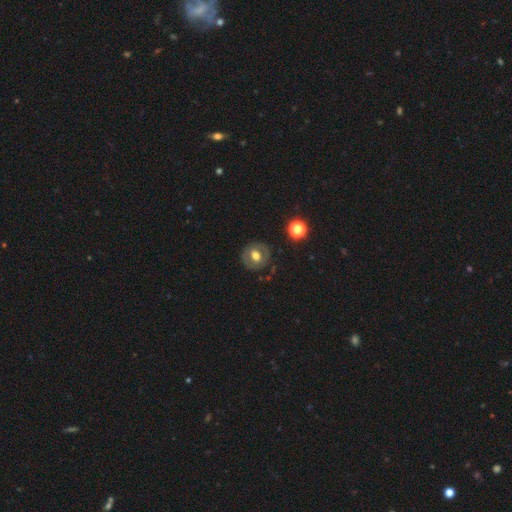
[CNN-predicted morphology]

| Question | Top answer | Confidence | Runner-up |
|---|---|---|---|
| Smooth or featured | smooth | 47% | featured or disk (44%) |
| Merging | none | 83% | minor disturbance (11%) |